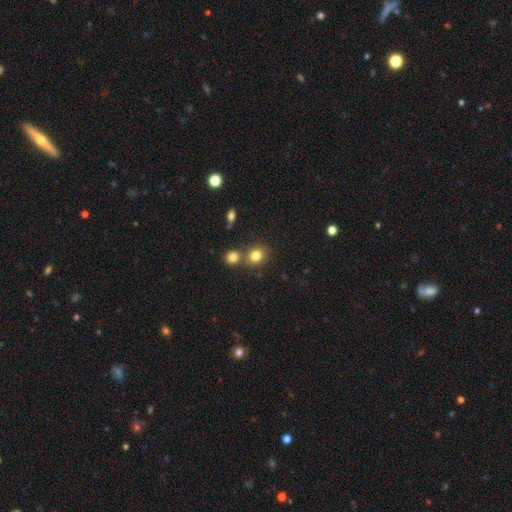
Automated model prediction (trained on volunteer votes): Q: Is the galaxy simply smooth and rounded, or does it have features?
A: smooth — 81%.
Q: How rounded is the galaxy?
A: round — 74%.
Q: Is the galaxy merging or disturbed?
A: none — 65%.